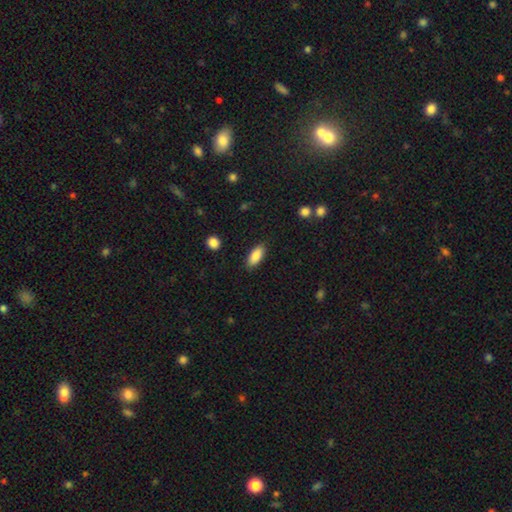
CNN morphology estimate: Smooth or featured? smooth (87%)
How rounded? in between (83%)
Merging? none (86%)